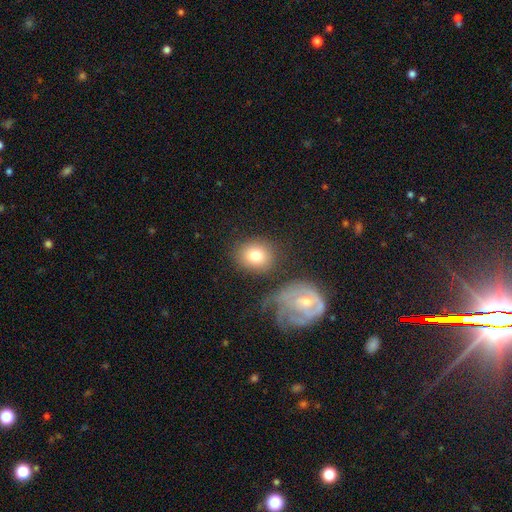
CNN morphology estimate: Smooth or featured: smooth — 79% (featured or disk — 13%)
How rounded: round — 63% (in between — 36%)
Merging: none — 72% (minor disturbance — 13%)